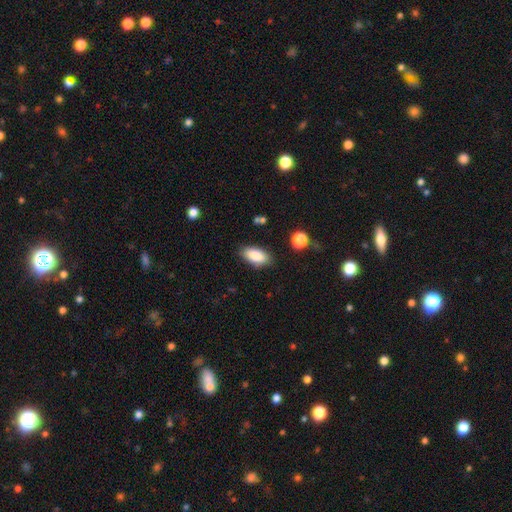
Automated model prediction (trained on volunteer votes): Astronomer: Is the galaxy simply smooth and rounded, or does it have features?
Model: smooth — 87%.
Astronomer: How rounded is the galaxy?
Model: in between — 90%.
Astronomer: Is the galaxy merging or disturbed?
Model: none — 83%.